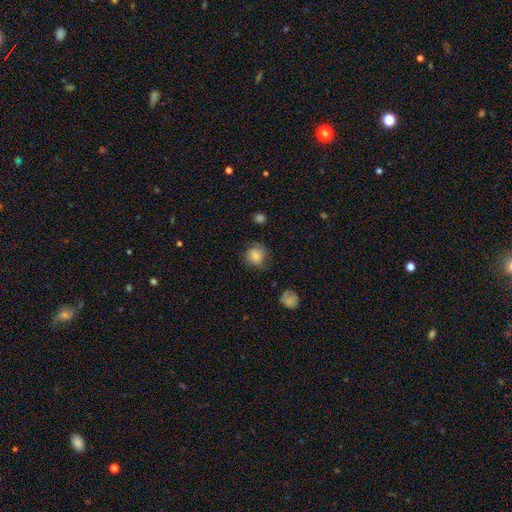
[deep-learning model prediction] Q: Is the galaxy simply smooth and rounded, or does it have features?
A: smooth — 75%.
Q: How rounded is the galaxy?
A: round — 74%.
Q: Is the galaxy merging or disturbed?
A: none — 65%.